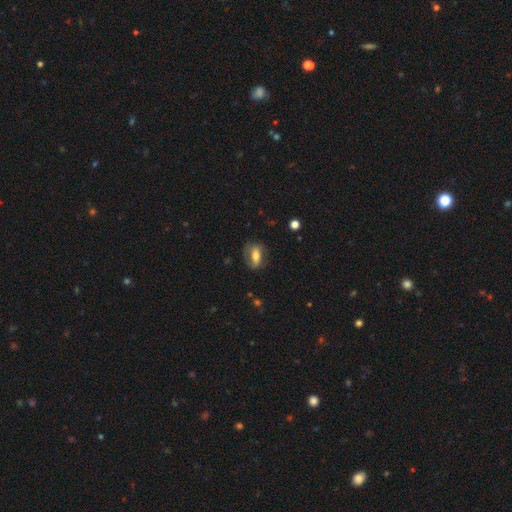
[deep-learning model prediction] Q: Smooth or featured?
A: smooth (52%); runner-up: featured or disk (40%)
Q: How rounded?
A: in between (77%); runner-up: cigar-shaped (13%)
Q: Merging?
A: none (64%); runner-up: minor disturbance (22%)